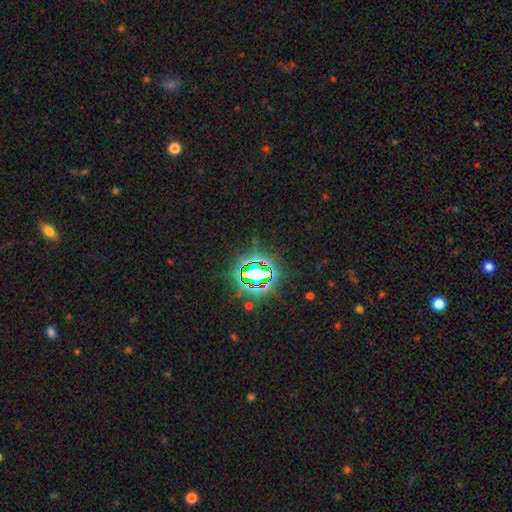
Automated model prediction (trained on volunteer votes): star or artifact 83%, smooth 10%, featured or disk 7%.